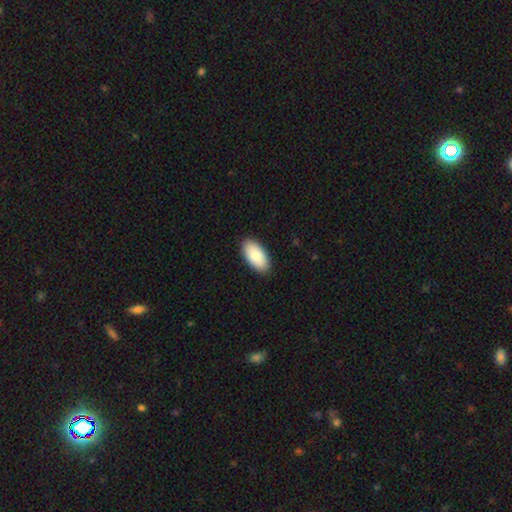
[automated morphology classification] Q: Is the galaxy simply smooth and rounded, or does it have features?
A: smooth — 87%.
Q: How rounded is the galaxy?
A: in between — 95%.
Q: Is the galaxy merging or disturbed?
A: none — 89%.